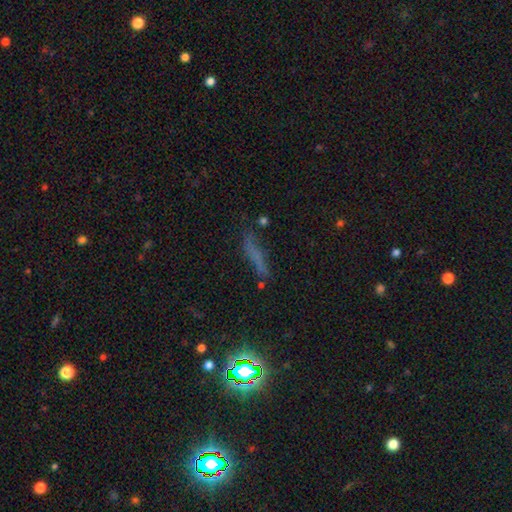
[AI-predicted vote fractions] Overall: smooth (51%; featured or disk 25%). How rounded: cigar-shaped (84%). Merging: none (67%).